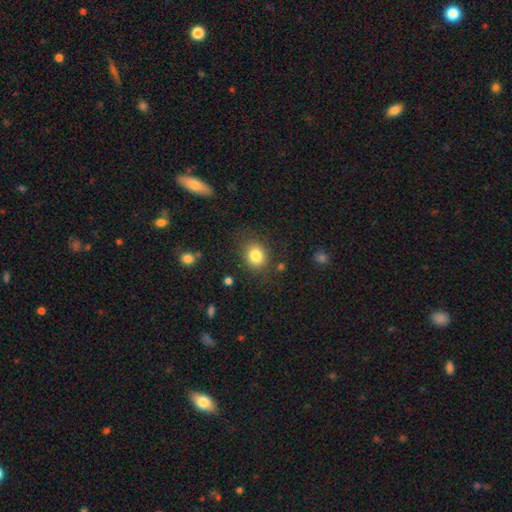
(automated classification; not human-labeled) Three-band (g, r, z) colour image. It shows a smooth galaxy with no disk features (83%) that is round (62%). Merging: none (81%).